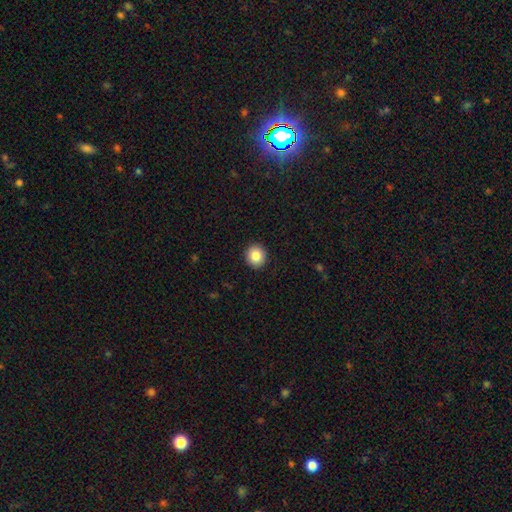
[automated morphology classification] Smooth or featured? smooth (85%)
How rounded? round (88%)
Merging? none (92%)